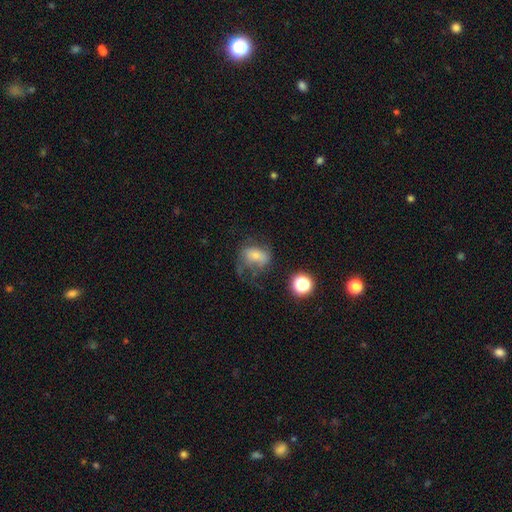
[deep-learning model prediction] The model was most divided on "merging": major disturbance: 36%, none: 34%, minor disturbance: 25%, merger: 5%. More confident: how rounded — in between (73%); smooth or featured — smooth (60%).